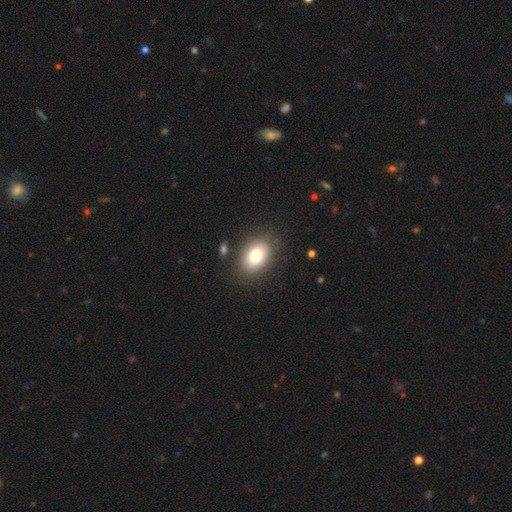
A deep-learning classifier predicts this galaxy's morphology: A smooth galaxy with no disk features (79%) that is in between round and cigar-shaped (77%).

Vote fractions:
- Smooth or featured? smooth: 79% / featured or disk: 13% / star or artifact: 9%
- How rounded? in between: 77% / round: 22% / cigar-shaped: 1%
- Merging? none: 83% / minor disturbance: 11% / major disturbance: 4% / merger: 3%